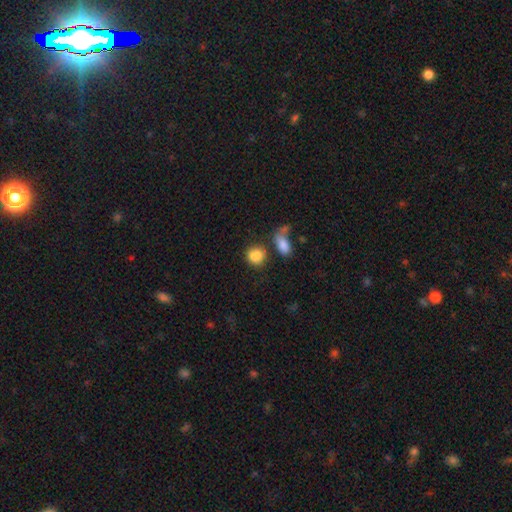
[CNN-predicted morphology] smooth 85%, star or artifact 9%, featured or disk 6%. Down the decision tree: how rounded — round (66%); merging — none (57%).